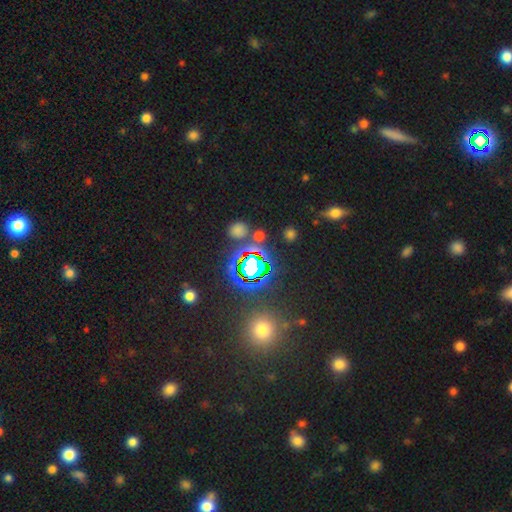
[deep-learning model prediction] Smooth or featured: star or artifact — 66% (smooth — 23%)